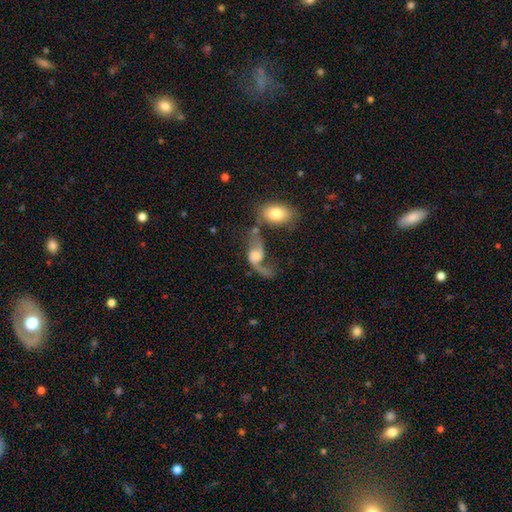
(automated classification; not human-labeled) Smooth or featured? featured or disk (76%)
Edge-on disk? no (95%)
Bar? no (55%)
Spiral arms? yes (90%)
Spiral winding? loose (89%)
Spiral arm count? 2 (77%)
Bulge size? moderate (33%)
Merging? none (32%)